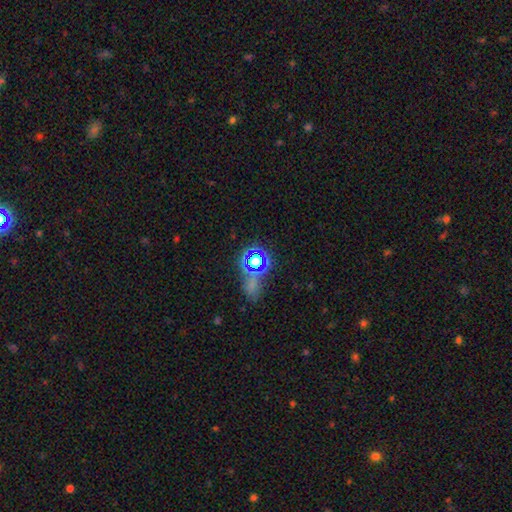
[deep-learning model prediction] Smooth or featured: smooth — 48% (star or artifact — 35%)
Merging: none — 44% (merger — 32%)